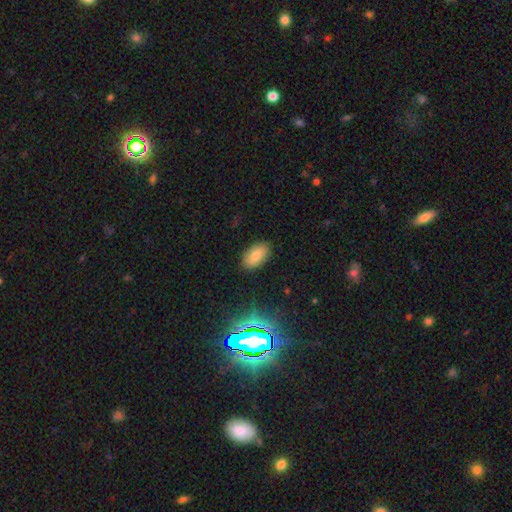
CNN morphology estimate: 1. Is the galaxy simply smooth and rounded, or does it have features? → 79% smooth, 11% featured or disk, 10% star or artifact.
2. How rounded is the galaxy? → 93% in between, 5% round, 2% cigar-shaped.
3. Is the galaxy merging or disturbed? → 87% none, 9% minor disturbance, 2% major disturbance, 1% merger.